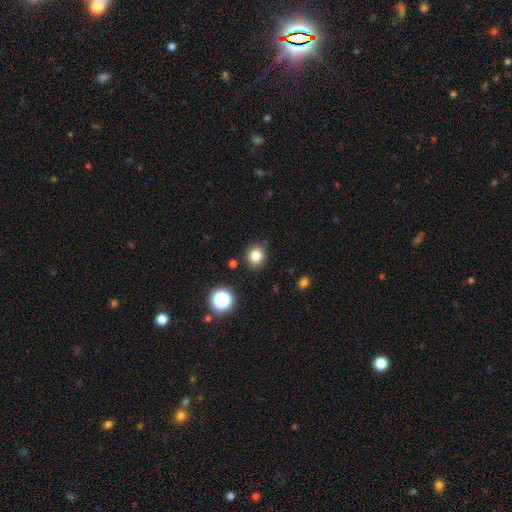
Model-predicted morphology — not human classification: This is clearly a smooth galaxy (81%). How rounded: likely round (73%). Merging: clearly none (86%).